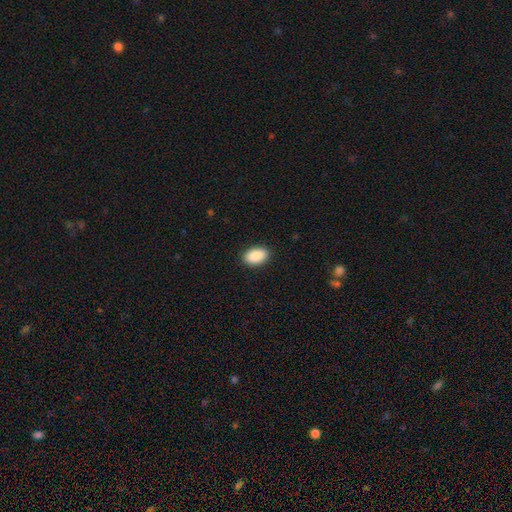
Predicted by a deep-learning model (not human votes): smooth_or_featured: smooth (p=0.90) [alt: star or artifact p=0.07]
how_rounded: in between (p=0.92) [alt: round p=0.07]
merging: none (p=0.90) [alt: minor disturbance p=0.07]